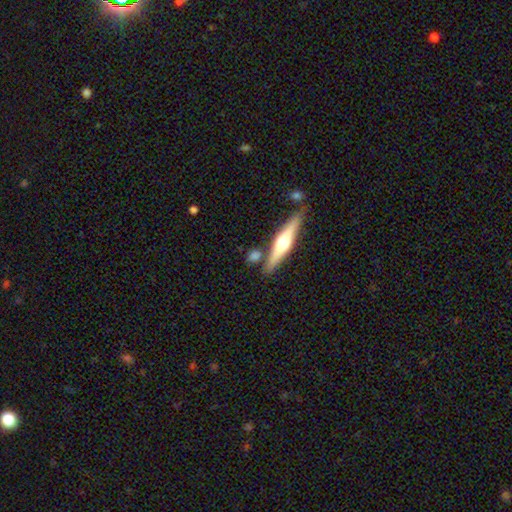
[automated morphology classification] Smooth or featured? featured or disk (58%)
Edge-on disk? yes (95%)
Edge-on bulge? rounded (93%)
Merging? none (78%)